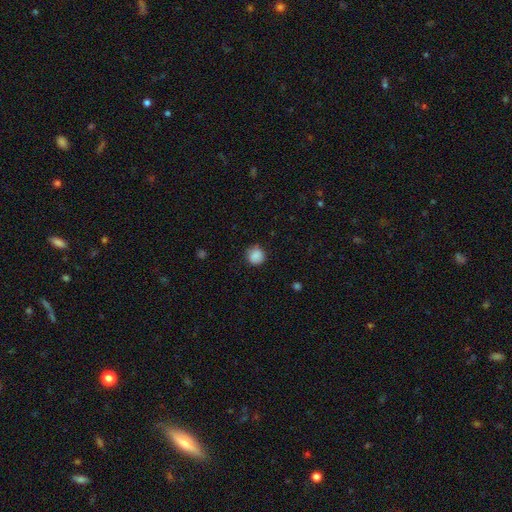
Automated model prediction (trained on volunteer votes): Smooth or featured? smooth (87%)
How rounded? round (91%)
Merging? none (85%)